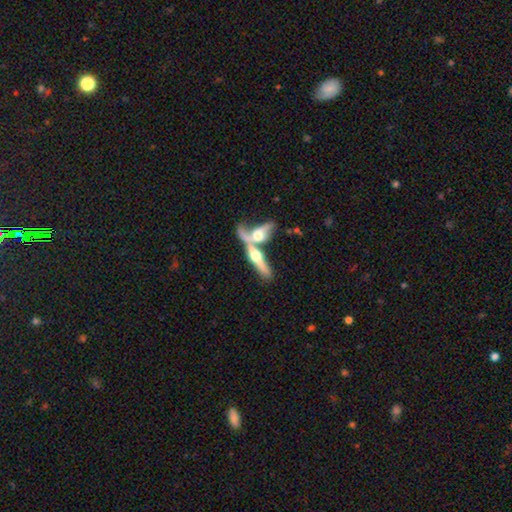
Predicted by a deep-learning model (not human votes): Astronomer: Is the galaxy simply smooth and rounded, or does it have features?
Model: featured or disk — 64%.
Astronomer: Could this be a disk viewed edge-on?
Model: yes — 79%.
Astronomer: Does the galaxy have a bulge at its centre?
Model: rounded — 93%.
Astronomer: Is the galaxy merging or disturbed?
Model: merger — 66%.